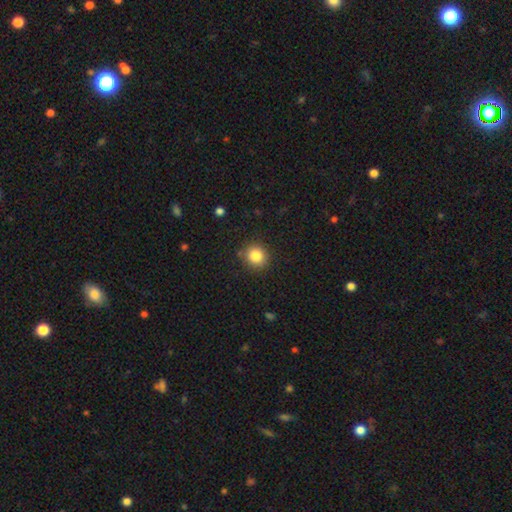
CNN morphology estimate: smooth_or_featured: smooth (p=0.84) [alt: star or artifact p=0.11]
how_rounded: round (p=0.87) [alt: in between p=0.12]
merging: none (p=0.88) [alt: minor disturbance p=0.08]